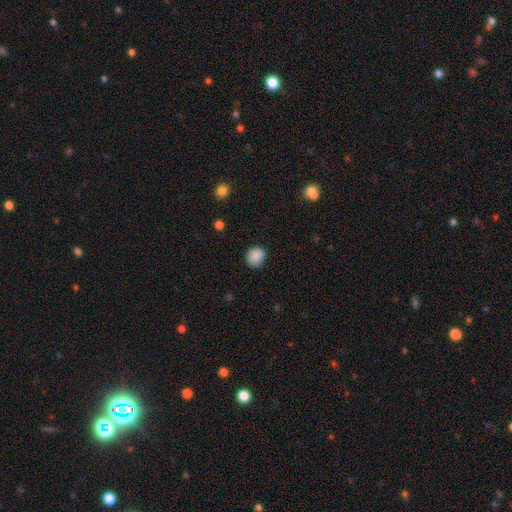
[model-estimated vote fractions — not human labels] The model was most divided on "how rounded": round: 79%, in between: 20%, cigar-shaped: 1%. More confident: smooth or featured — smooth (87%); merging — none (78%).